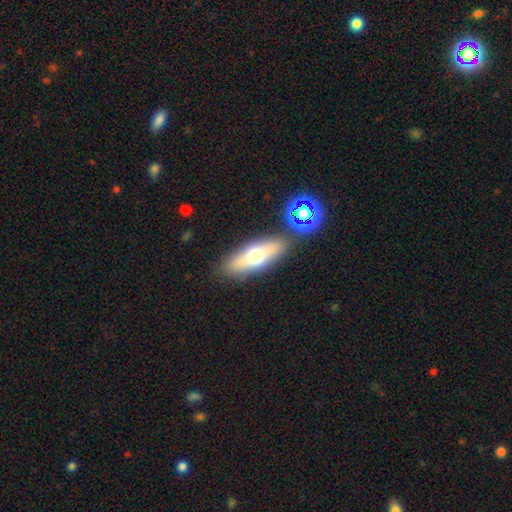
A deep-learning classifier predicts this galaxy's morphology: This appears to be a smooth galaxy with no disk features (59%) that is in between round and cigar-shaped (56%). Merging: none (81%).